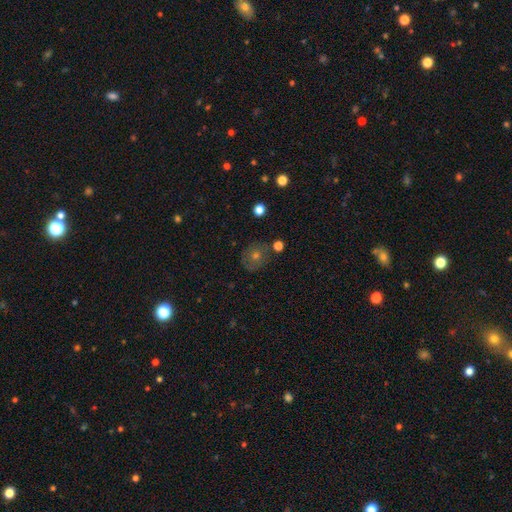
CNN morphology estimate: Smooth or featured: smooth — 46% (featured or disk — 33%)
Merging: none — 76% (minor disturbance — 14%)